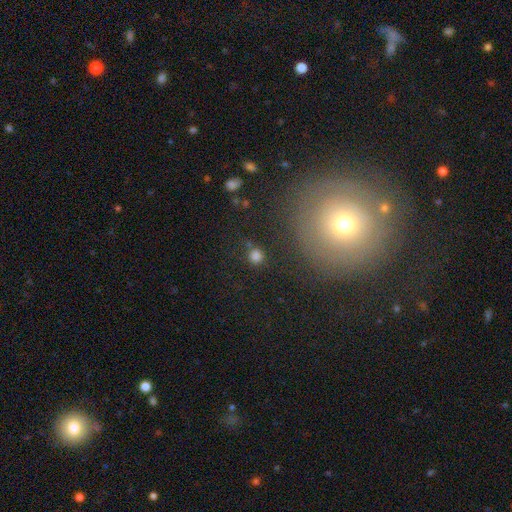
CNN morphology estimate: This is likely a smooth galaxy (80%). How rounded: clearly round (93%). Merging: clearly none (81%).